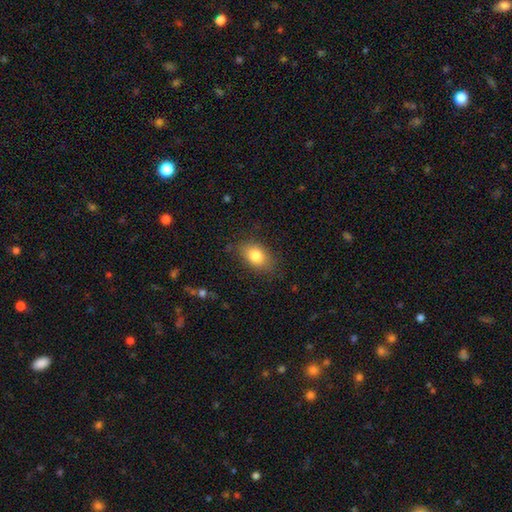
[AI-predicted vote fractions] A smooth galaxy with no disk features (81%) that is in between round and cigar-shaped (83%). Merging: none (80%).